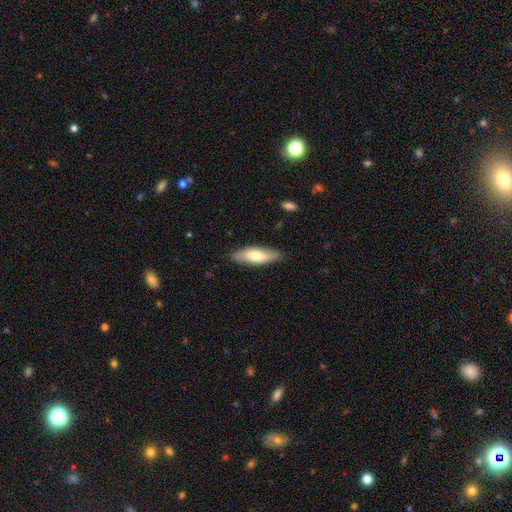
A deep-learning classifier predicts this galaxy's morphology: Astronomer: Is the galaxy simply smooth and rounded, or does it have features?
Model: smooth — 67%.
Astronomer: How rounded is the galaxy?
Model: in between — 51% (runner-up: cigar-shaped, 47%).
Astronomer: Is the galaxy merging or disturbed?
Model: none — 85%.